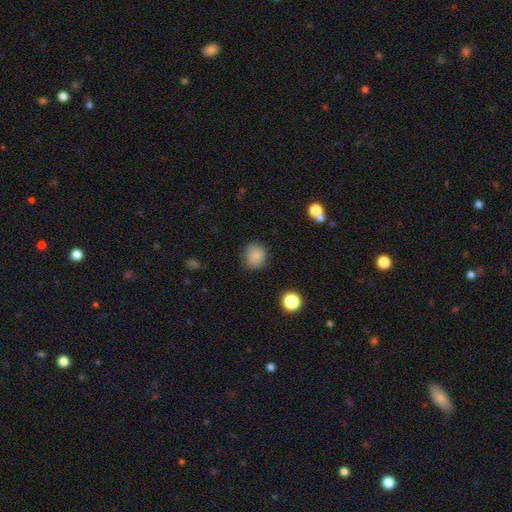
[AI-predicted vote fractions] Q: Smooth or featured?
A: smooth (84%); runner-up: star or artifact (11%)
Q: How rounded?
A: round (76%); runner-up: in between (23%)
Q: Merging?
A: none (82%); runner-up: minor disturbance (14%)